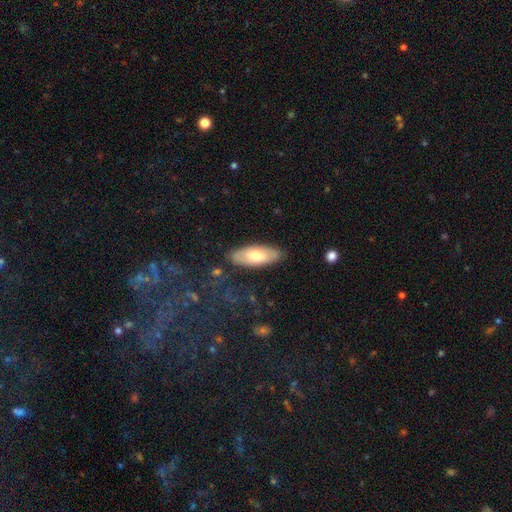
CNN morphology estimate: A smooth galaxy with no disk features (68%) that is in between round and cigar-shaped (80%).

Vote fractions:
- Smooth or featured? smooth: 68% / featured or disk: 27% / star or artifact: 5%
- How rounded? in between: 80% / cigar-shaped: 18% / round: 2%
- Merging? none: 84% / minor disturbance: 11% / major disturbance: 2% / merger: 2%